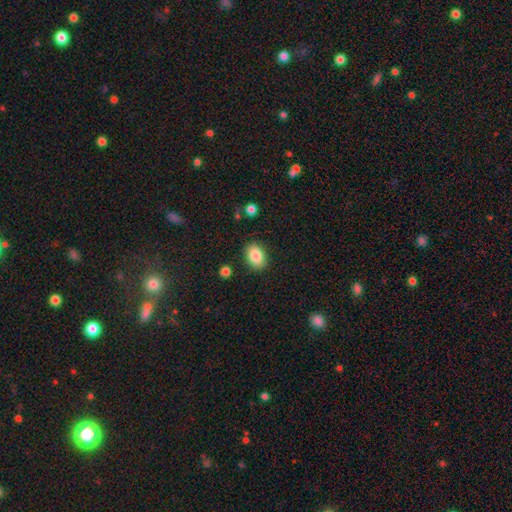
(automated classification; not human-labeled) Smooth or featured? Predicted: smooth (p=0.86). How rounded? Predicted: in between (p=0.78). Merging? Predicted: none (p=0.85).